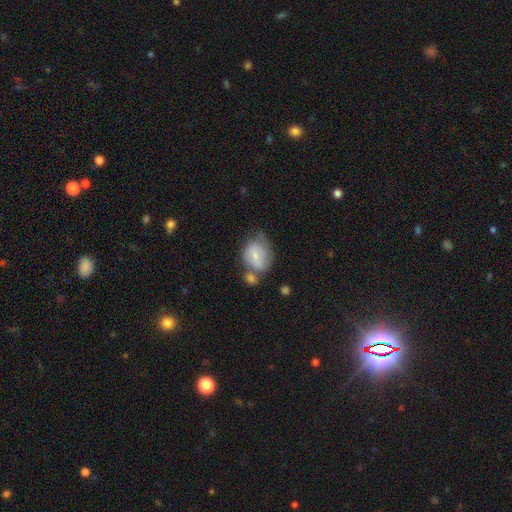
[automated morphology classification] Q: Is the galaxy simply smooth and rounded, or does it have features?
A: smooth — 65%.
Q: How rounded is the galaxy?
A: in between — 53%.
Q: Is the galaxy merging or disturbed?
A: merger — 33%.